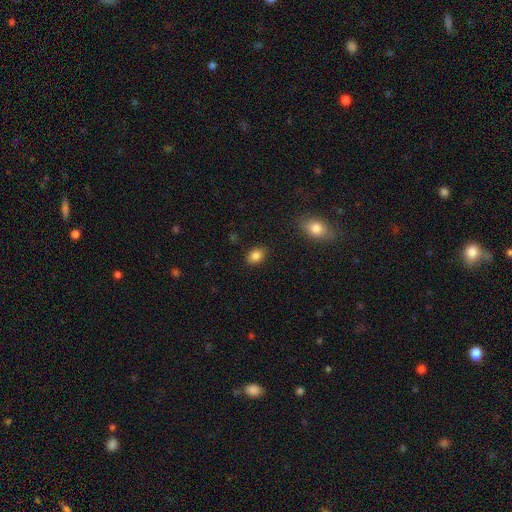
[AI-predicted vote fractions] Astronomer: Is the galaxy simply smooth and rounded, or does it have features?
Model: smooth — 84%.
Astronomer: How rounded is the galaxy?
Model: in between — 69%.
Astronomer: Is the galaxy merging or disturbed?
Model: none — 87%.